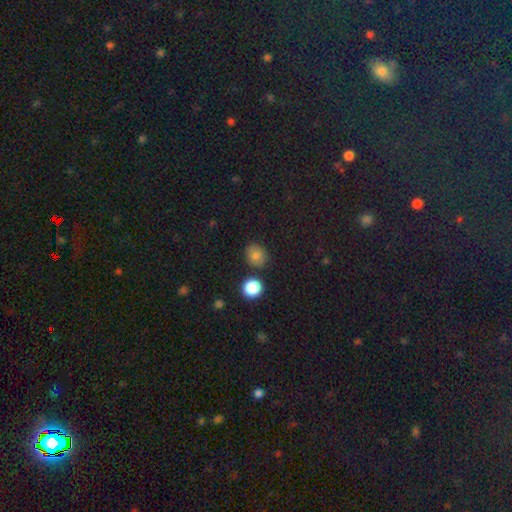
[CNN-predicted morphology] This appears to be a smooth galaxy with no disk features (78%) that is round (69%). Merging: none (81%).